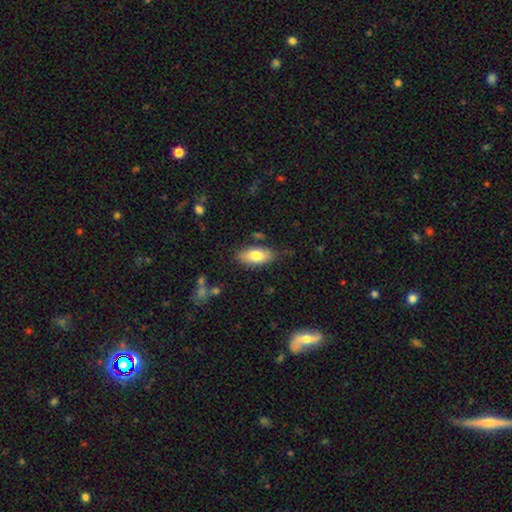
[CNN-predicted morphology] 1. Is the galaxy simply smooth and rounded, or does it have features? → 78% smooth, 16% featured or disk, 6% star or artifact.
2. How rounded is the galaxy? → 90% in between, 7% cigar-shaped, 3% round.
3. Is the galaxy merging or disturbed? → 77% none, 17% minor disturbance, 4% major disturbance, 3% merger.